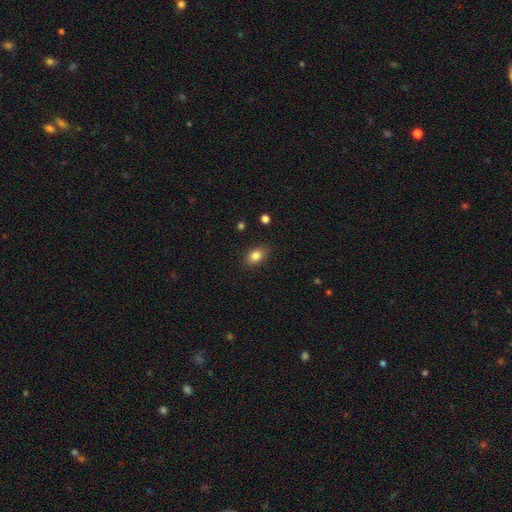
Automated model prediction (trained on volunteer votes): A smooth galaxy with no disk features (84%) that is in between round and cigar-shaped (77%). Merging: none (86%).